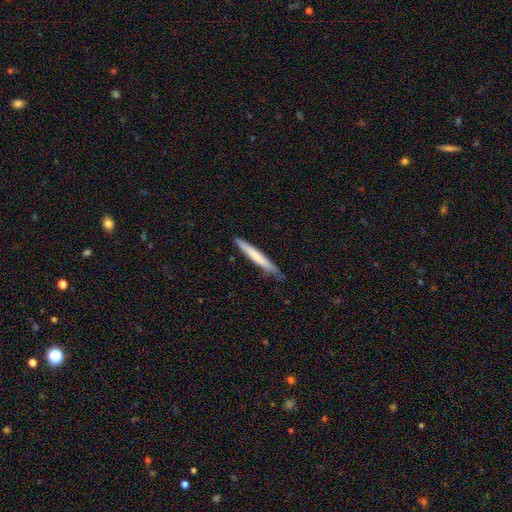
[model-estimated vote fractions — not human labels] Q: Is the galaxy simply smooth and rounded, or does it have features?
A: smooth — 67%.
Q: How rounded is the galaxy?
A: cigar-shaped — 96%.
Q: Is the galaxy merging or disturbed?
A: none — 83%.